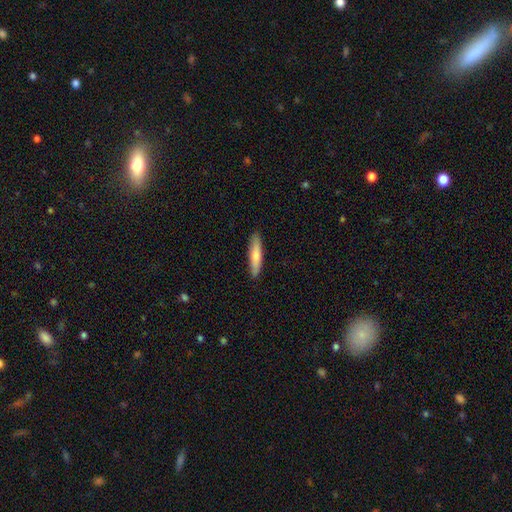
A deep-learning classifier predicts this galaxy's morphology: This is likely a smooth galaxy (72%). How rounded: clearly cigar-shaped (83%). Merging: clearly none (89%).